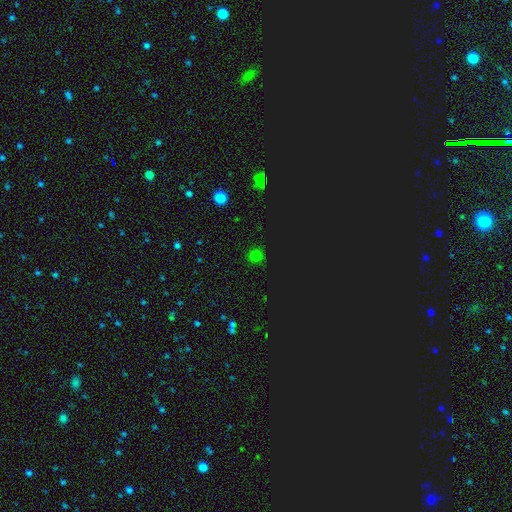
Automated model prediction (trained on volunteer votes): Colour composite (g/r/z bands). It shows a smooth galaxy with no disk features (68%) that is round (92%). Merging: none (89%).